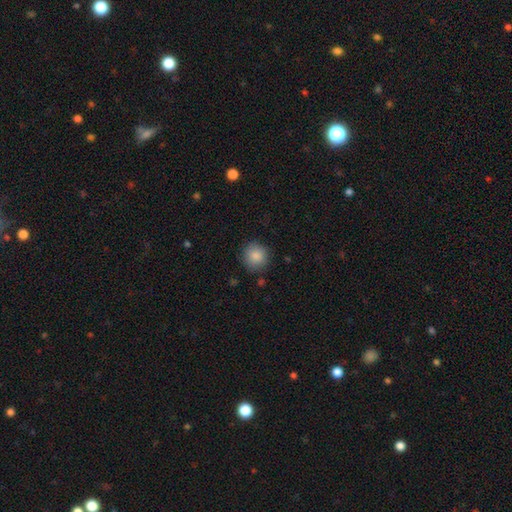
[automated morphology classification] A smooth galaxy with no disk features (87%) that is round (90%). Merging: none (86%).